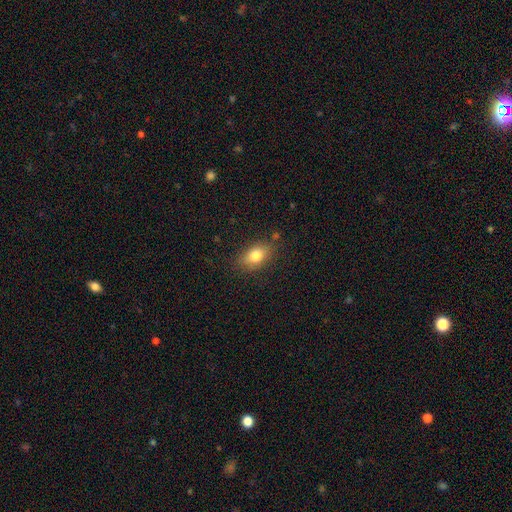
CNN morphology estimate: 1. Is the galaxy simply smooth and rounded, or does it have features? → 80% smooth, 11% featured or disk, 9% star or artifact.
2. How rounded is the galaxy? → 82% in between, 15% round, 3% cigar-shaped.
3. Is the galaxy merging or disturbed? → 81% none, 14% minor disturbance, 3% major disturbance, 2% merger.